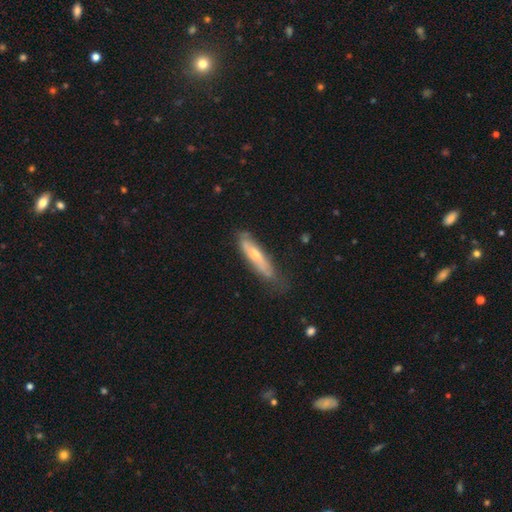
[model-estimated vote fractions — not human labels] Overall: featured or disk (48%; smooth 45%). Merging: none (66%).